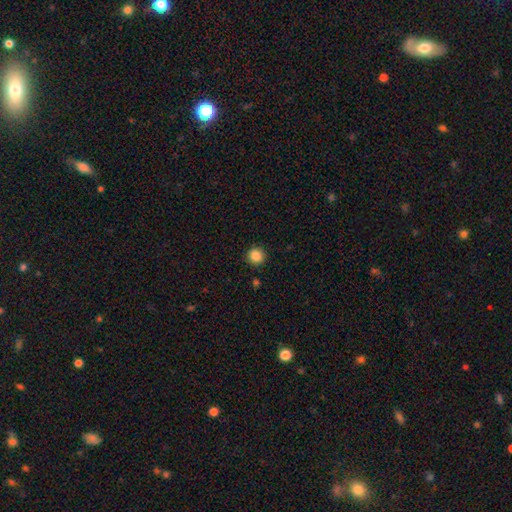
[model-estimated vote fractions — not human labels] smooth 86%, star or artifact 10%, featured or disk 3%. Down the decision tree: how rounded — round (92%); merging — none (91%).